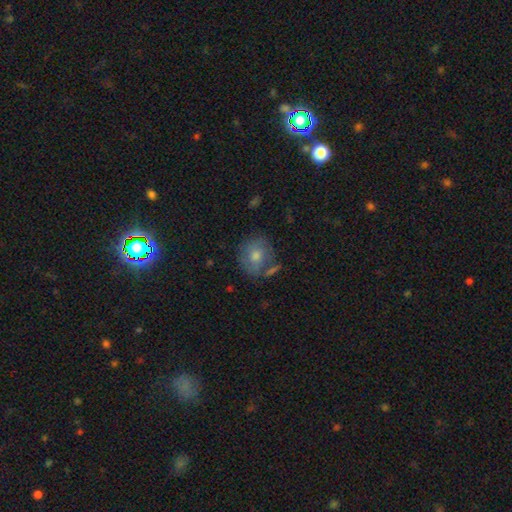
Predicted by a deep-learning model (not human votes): The model was most divided on "smooth or featured": smooth: 59%, featured or disk: 26%, star or artifact: 16%. More confident: how rounded — round (80%); merging — none (69%).